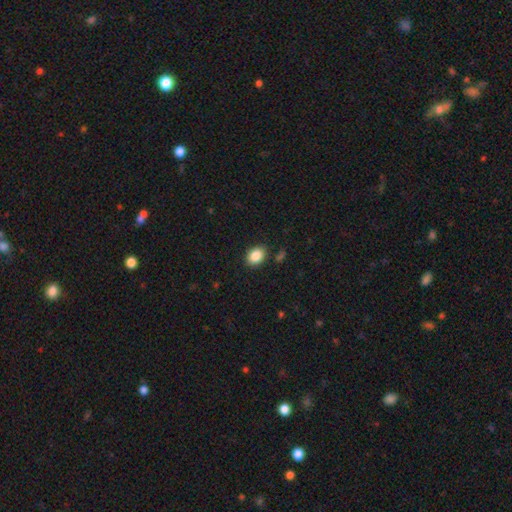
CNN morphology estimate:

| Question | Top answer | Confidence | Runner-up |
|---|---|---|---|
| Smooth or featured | smooth | 87% | star or artifact (8%) |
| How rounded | in between | 67% | round (32%) |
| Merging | none | 86% | minor disturbance (10%) |